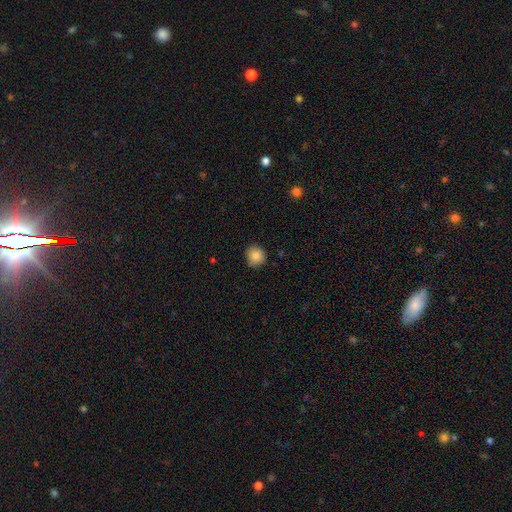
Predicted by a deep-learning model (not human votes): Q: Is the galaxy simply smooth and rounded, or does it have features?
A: smooth — 86%.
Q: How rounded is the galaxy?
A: round — 90%.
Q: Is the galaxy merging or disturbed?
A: none — 85%.